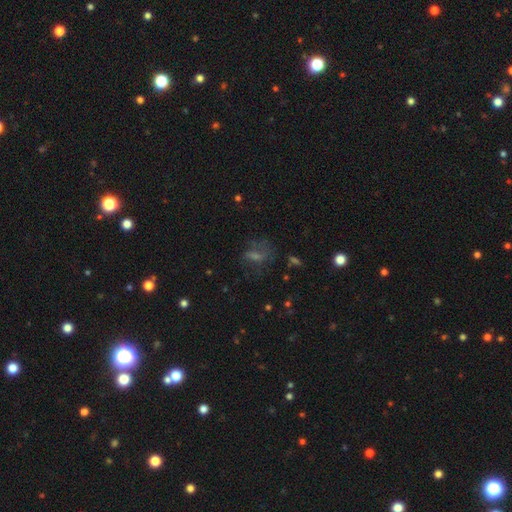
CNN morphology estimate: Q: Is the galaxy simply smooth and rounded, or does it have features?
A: featured or disk — 36%.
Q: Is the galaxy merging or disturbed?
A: none — 56%.